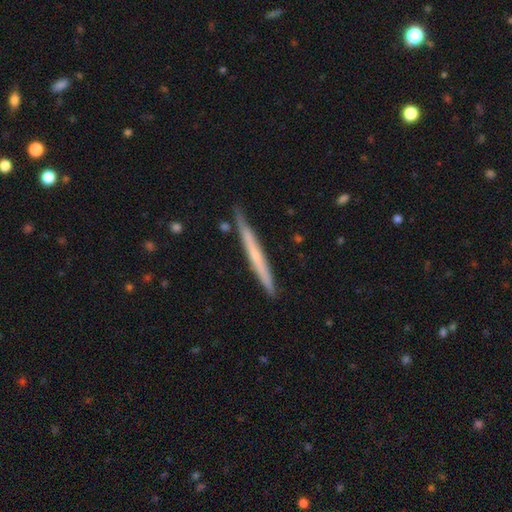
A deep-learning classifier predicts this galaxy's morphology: The model was most divided on "smooth or featured": featured or disk: 52%, smooth: 42%, star or artifact: 6%. More confident: edge-on disk — yes (96%); merging — none (84%); edge-on bulge — none (74%).